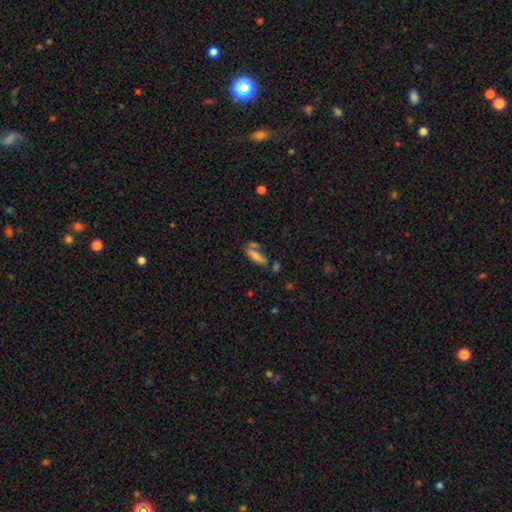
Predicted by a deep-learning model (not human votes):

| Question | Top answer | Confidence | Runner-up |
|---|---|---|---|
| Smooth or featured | smooth | 66% | featured or disk (25%) |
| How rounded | in between | 52% | cigar-shaped (45%) |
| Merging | none | 47% | merger (24%) |